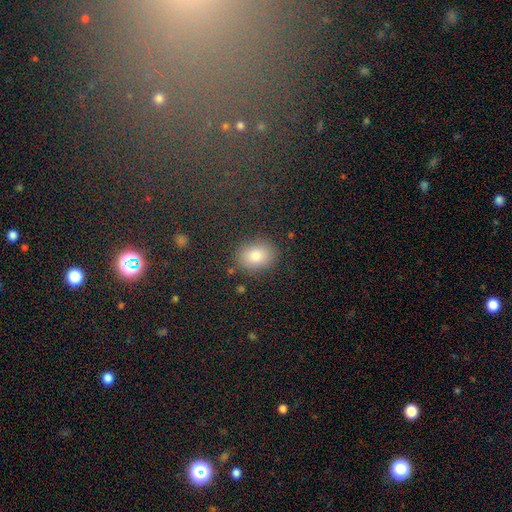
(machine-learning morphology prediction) Smooth or featured: smooth — 80% (star or artifact — 11%)
How rounded: in between — 53% (round — 46%)
Merging: none — 85% (minor disturbance — 9%)